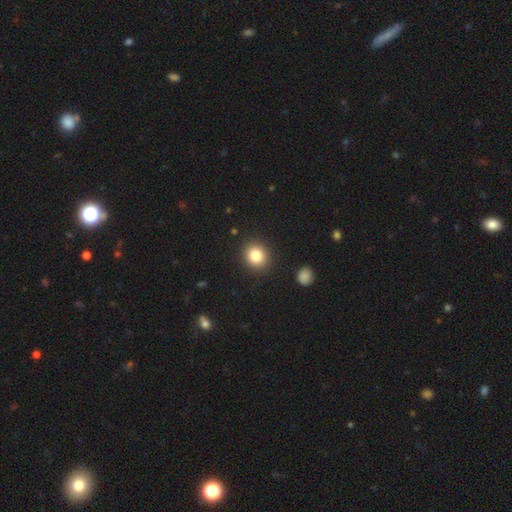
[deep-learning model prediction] This is clearly a smooth galaxy (84%). How rounded: clearly round (82%). Merging: clearly none (90%).